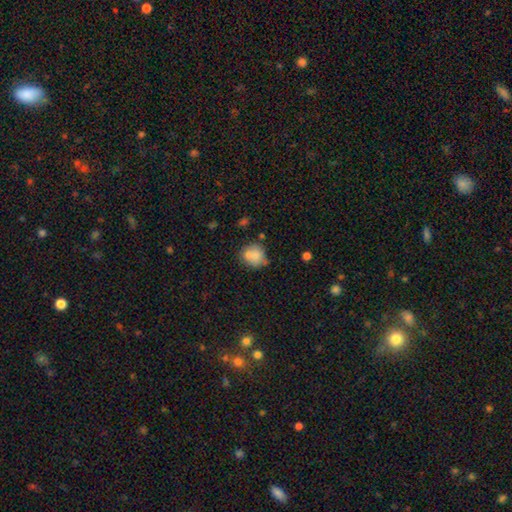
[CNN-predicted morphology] smooth 75%, featured or disk 15%, star or artifact 10%. Down the decision tree: how rounded — round (73%); merging — none (49%).